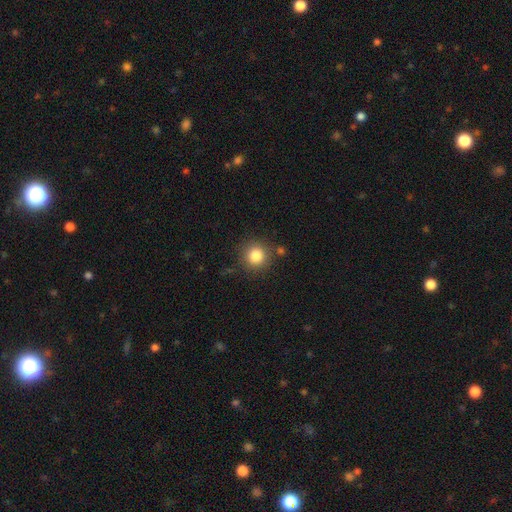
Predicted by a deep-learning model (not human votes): The model was most divided on "smooth or featured": smooth: 83%, star or artifact: 11%, featured or disk: 6%. More confident: how rounded — round (93%); merging — none (84%).